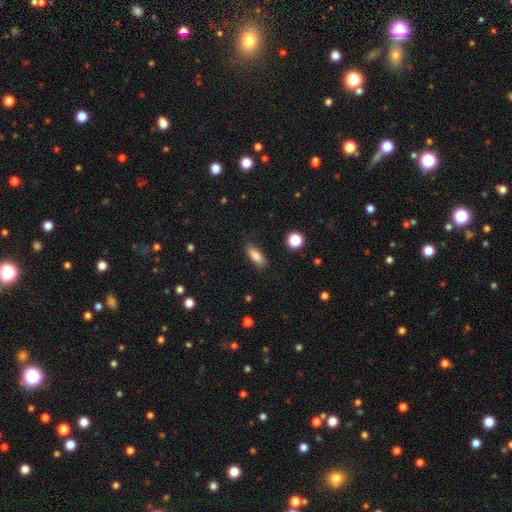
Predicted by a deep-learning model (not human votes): Smooth or featured?
  - smooth: 83% *
  - featured or disk: 9%
  - star or artifact: 8%
How rounded?
  - in between: 67% *
  - cigar-shaped: 29%
  - round: 3%
Merging?
  - none: 83% *
  - minor disturbance: 12%
  - major disturbance: 3%
  - merger: 1%